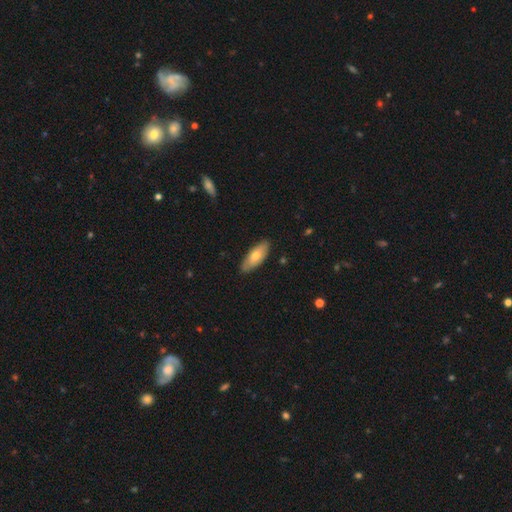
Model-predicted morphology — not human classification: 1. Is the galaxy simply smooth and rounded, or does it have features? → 67% smooth, 27% featured or disk, 6% star or artifact.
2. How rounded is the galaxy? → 78% in between, 20% cigar-shaped, 2% round.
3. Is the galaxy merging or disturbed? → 84% none, 13% minor disturbance, 2% major disturbance, 1% merger.